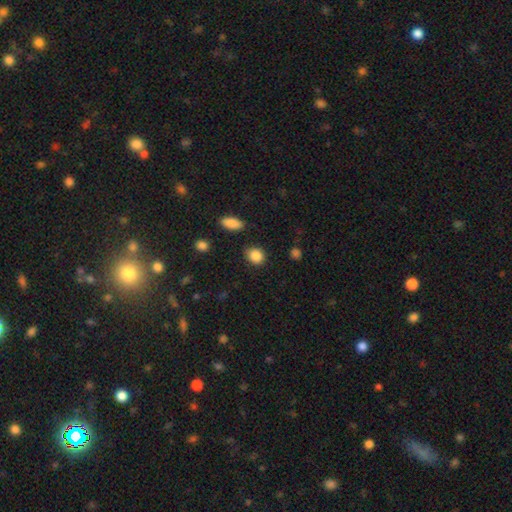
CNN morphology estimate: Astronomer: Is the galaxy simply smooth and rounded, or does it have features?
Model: smooth — 87%.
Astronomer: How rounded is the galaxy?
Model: round — 64%.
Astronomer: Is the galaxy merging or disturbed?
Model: none — 84%.